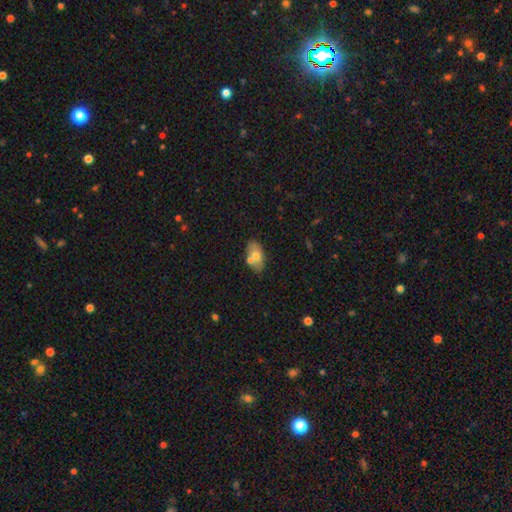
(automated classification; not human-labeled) A smooth galaxy with no disk features (66%) that is in between round and cigar-shaped (90%). Merging: none (62%).